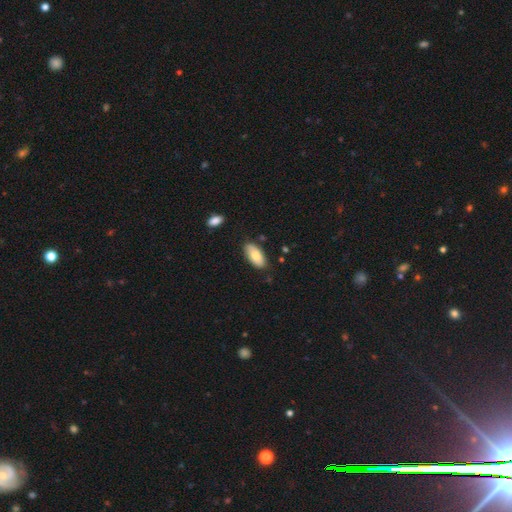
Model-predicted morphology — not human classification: A smooth galaxy with no disk features (80%) that is in between round and cigar-shaped (91%). Merging: none (80%).